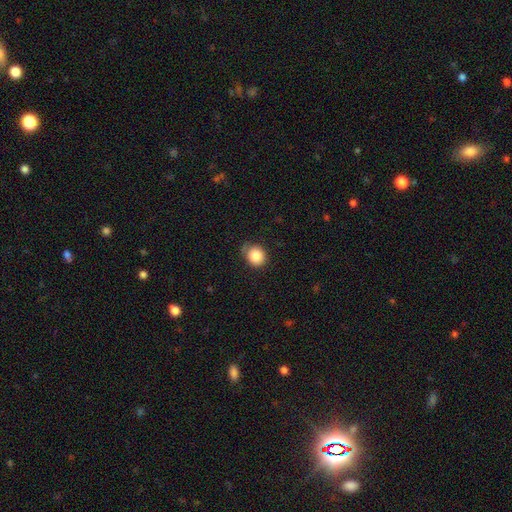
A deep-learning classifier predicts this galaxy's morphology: A smooth galaxy with no disk features (84%) that is round (77%). Merging: none (71%).